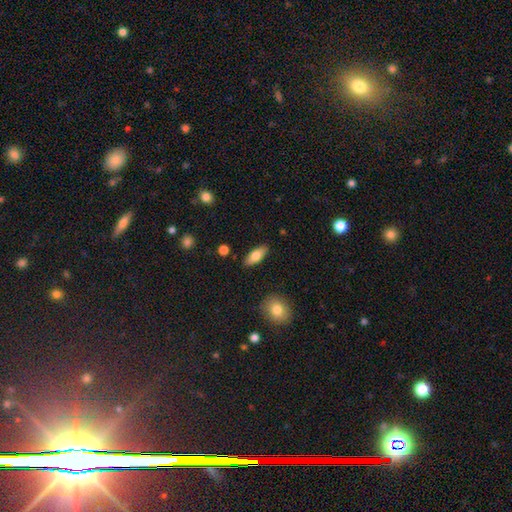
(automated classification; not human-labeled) Overall: smooth (74%). How rounded: in between (78%). Merging: none (88%).